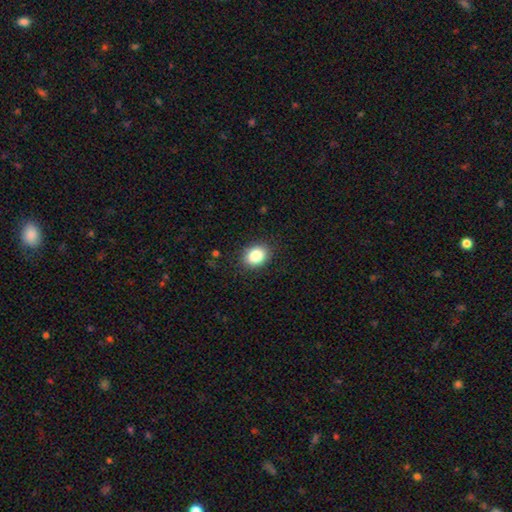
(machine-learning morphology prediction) This is clearly a smooth galaxy (85%). How rounded: possibly in between (53%). Merging: clearly none (88%).